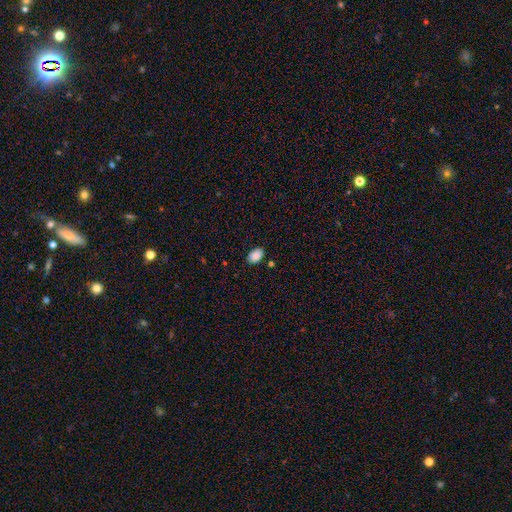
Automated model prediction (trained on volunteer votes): Smooth or featured? smooth (88%)
How rounded? in between (90%)
Merging? none (85%)